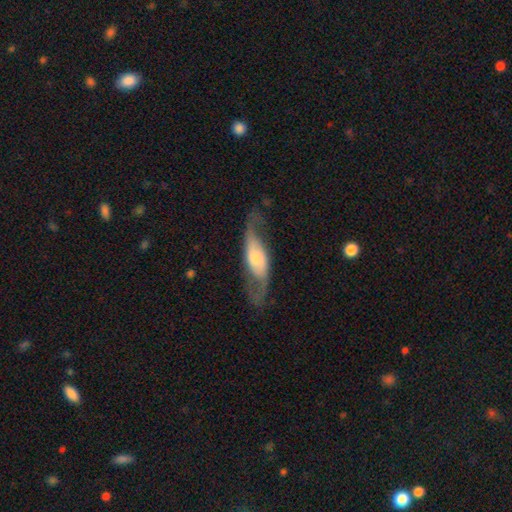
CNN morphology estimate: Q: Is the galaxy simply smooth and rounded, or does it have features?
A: featured or disk — 76%.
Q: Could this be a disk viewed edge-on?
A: no — 78%.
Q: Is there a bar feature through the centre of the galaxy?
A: no — 56%.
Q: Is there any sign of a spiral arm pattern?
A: yes — 88%.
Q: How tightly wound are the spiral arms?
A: loose — 56%.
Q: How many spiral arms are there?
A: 2 — 89%.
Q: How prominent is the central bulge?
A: moderate — 50%.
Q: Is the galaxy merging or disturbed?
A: none — 71%.